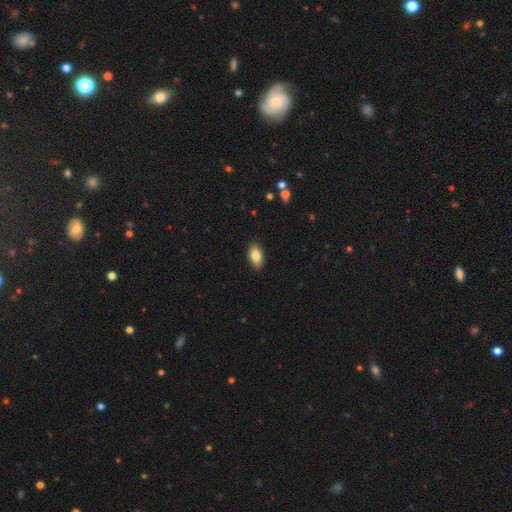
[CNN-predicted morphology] This is clearly a smooth galaxy (84%). How rounded: clearly in between (92%). Merging: clearly none (89%).